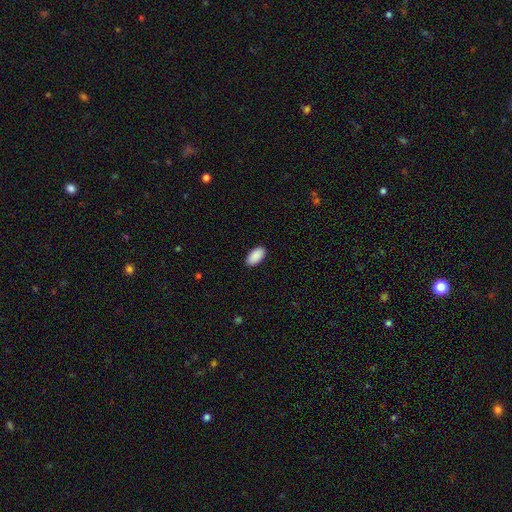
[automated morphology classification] smooth-or-featured: smooth: 91% | star or artifact: 6% | featured or disk: 3%
  how-rounded: in between: 95% | cigar-shaped: 3% | round: 2%
  merging: none: 90% | minor disturbance: 7% | major disturbance: 2% | merger: 1%